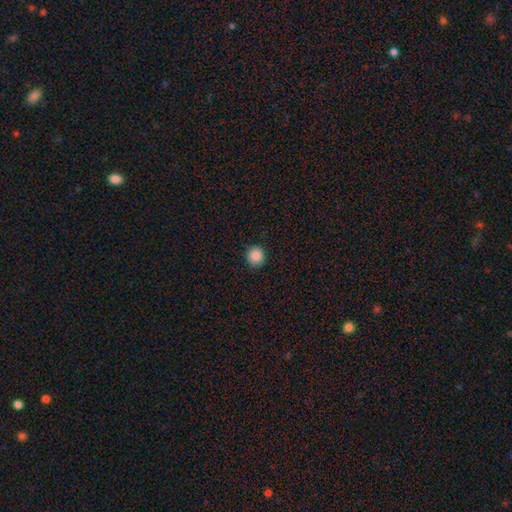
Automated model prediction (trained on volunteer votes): A smooth galaxy with no disk features (87%) that is round (93%).

Vote fractions:
- Smooth or featured? smooth: 87% / star or artifact: 10% / featured or disk: 3%
- How rounded? round: 93% / in between: 6% / cigar-shaped: 1%
- Merging? none: 91% / minor disturbance: 6% / major disturbance: 2% / merger: 1%